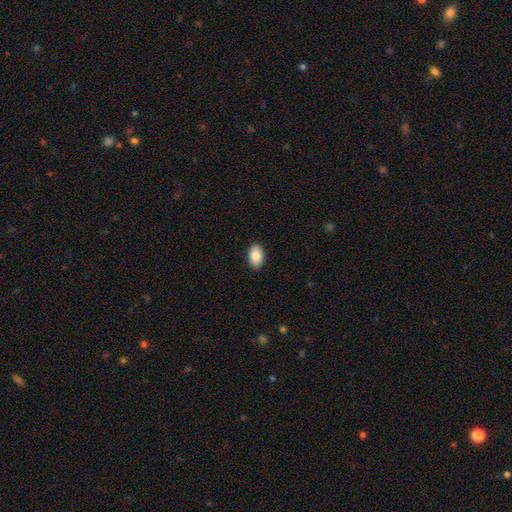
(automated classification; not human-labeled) Smooth or featured: smooth — 87% (star or artifact — 7%)
How rounded: in between — 92% (round — 7%)
Merging: none — 89% (minor disturbance — 9%)